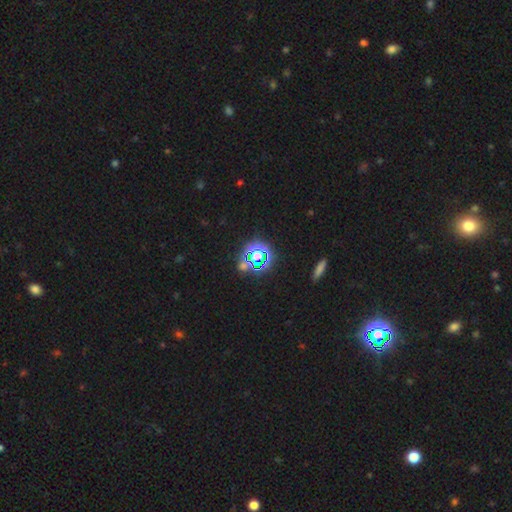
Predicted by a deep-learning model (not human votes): Overall: star or artifact (67%).